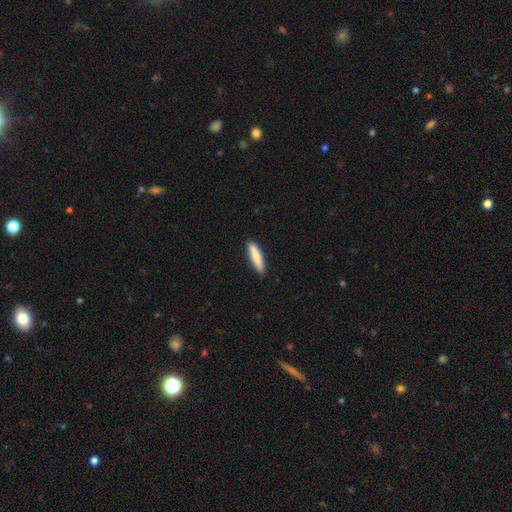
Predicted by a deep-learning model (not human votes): A smooth galaxy with no disk features (83%) that is cigar-shaped (85%). Merging: none (89%).